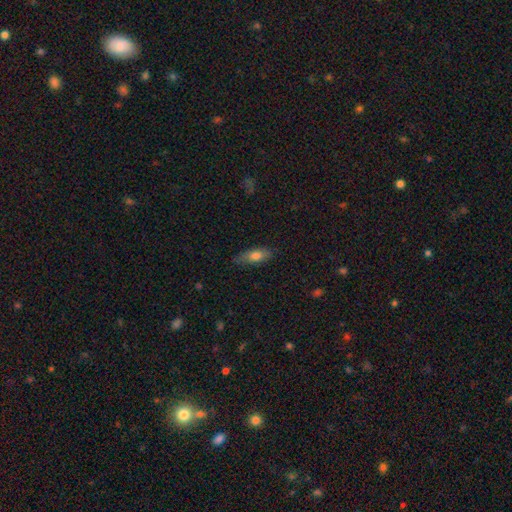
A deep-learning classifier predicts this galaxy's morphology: Smooth or featured? Predicted: smooth (p=0.75). How rounded? Predicted: in between (p=0.68). Merging? Predicted: none (p=0.71).